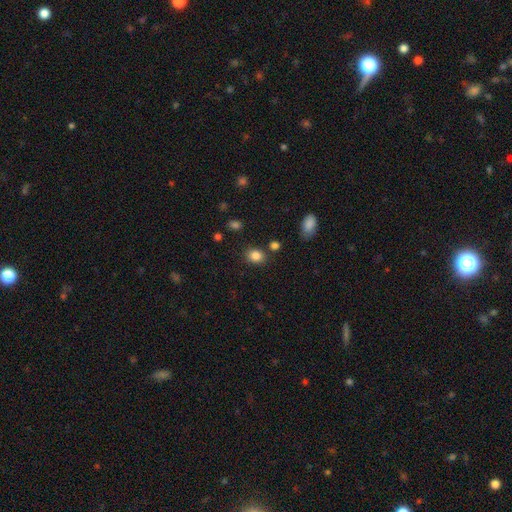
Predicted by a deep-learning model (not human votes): smooth_or_featured: smooth (p=0.85) [alt: star or artifact p=0.11]
how_rounded: round (p=0.50) [alt: in between p=0.49]
merging: none (p=0.80) [alt: minor disturbance p=0.11]